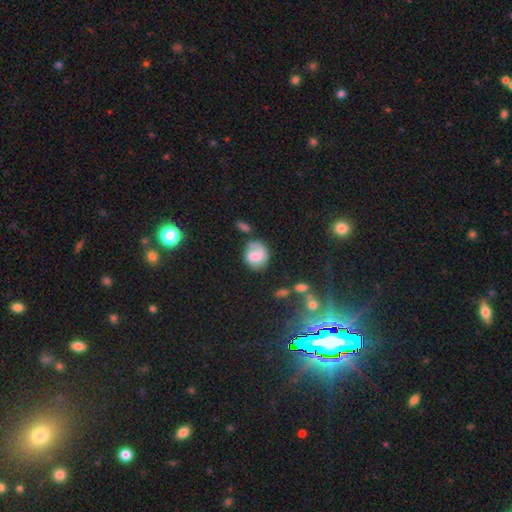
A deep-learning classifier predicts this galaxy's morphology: Smooth or featured? featured or disk (46%)
Merging? none (52%)